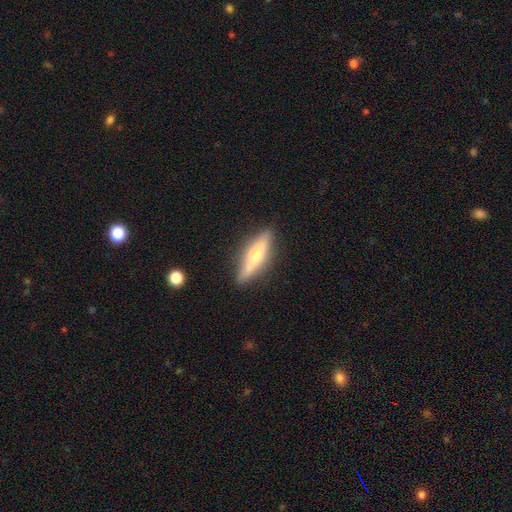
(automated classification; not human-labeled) Q: Smooth or featured?
A: featured or disk (52%); runner-up: smooth (42%)
Q: Edge-on disk?
A: yes (92%); runner-up: no (8%)
Q: Merging?
A: none (86%); runner-up: minor disturbance (10%)